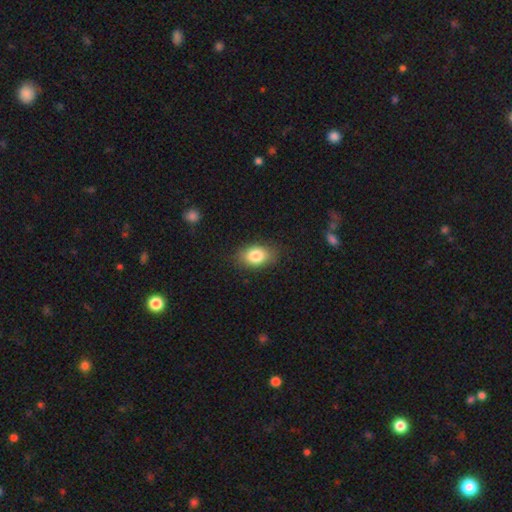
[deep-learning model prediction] Smooth or featured: smooth — 83% (featured or disk — 9%)
How rounded: in between — 81% (round — 17%)
Merging: none — 82% (minor disturbance — 14%)